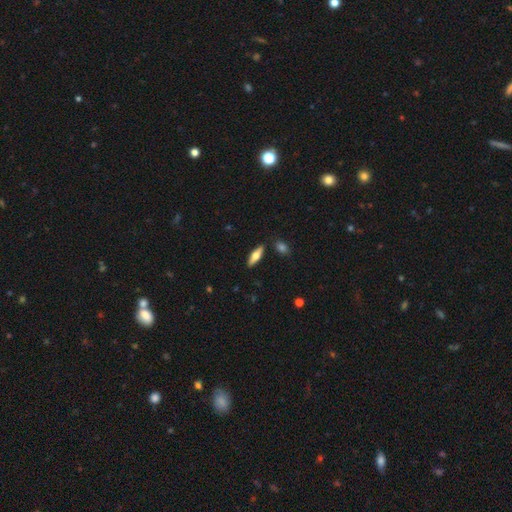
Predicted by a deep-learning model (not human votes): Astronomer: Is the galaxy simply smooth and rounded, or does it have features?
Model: smooth — 52% (runner-up: featured or disk, 42%).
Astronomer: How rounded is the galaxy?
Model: cigar-shaped — 49% (runner-up: in between, 48%).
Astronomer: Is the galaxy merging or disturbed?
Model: none — 88%.